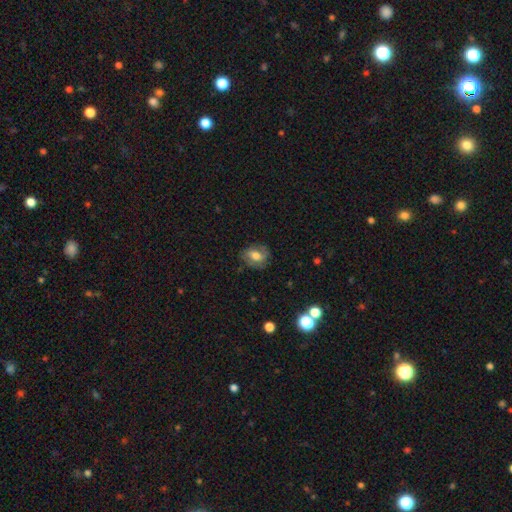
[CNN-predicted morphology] Smooth or featured?
  - smooth: 58% *
  - featured or disk: 32%
  - star or artifact: 10%
How rounded?
  - in between: 52% *
  - round: 47%
  - cigar-shaped: 2%
Merging?
  - none: 71% *
  - minor disturbance: 21%
  - major disturbance: 7%
  - merger: 1%